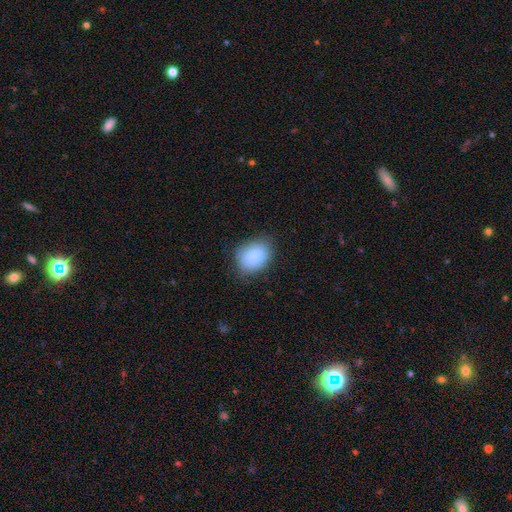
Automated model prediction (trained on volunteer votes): Smooth or featured: smooth — 86% (featured or disk — 7%)
How rounded: in between — 69% (round — 30%)
Merging: none — 73% (minor disturbance — 21%)